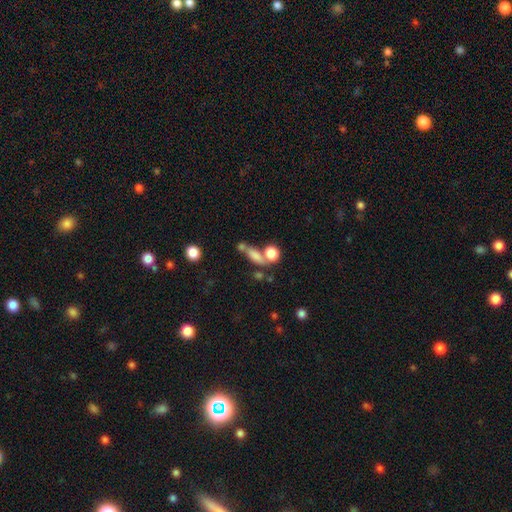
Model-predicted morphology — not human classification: Smooth or featured? smooth (71%)
How rounded? in between (50%)
Merging? none (41%)